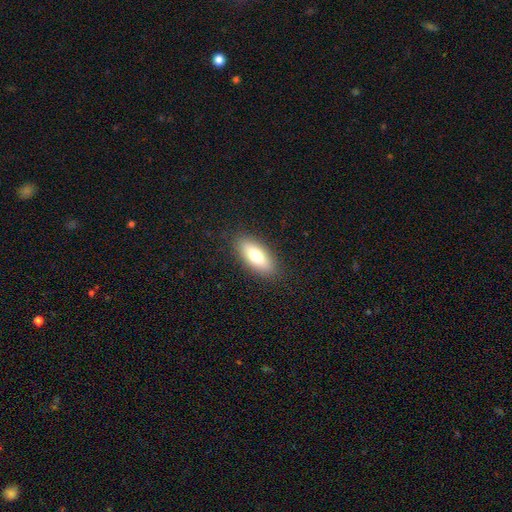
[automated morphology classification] smooth 75%, featured or disk 18%, star or artifact 7%. Down the decision tree: how rounded — in between (77%); merging — none (88%).